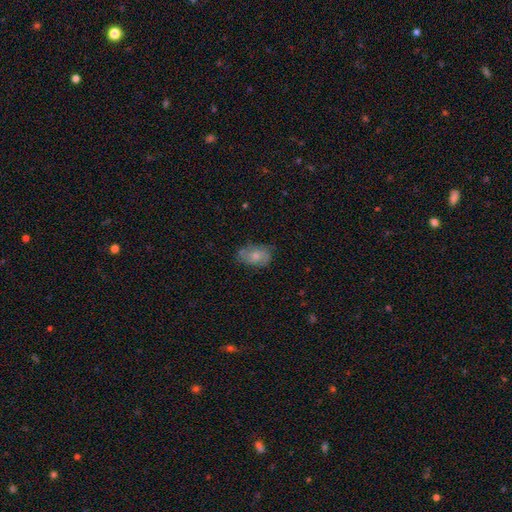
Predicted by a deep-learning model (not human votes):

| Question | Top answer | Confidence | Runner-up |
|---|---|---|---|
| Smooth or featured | smooth | 54% | featured or disk (38%) |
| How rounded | in between | 86% | round (12%) |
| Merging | none | 64% | minor disturbance (26%) |